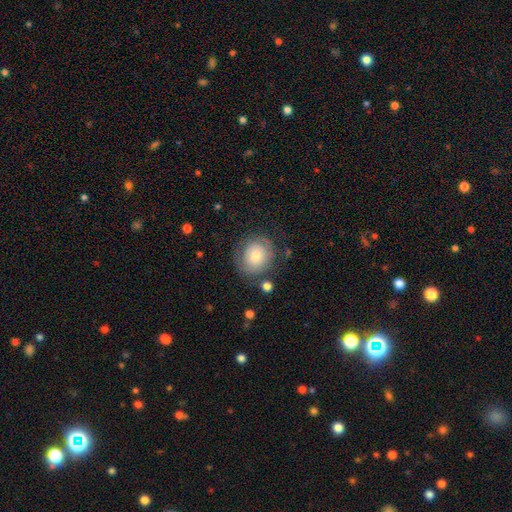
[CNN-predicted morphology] A smooth galaxy with no disk features (58%) that is round (82%).

Vote fractions:
- Smooth or featured? smooth: 58% / featured or disk: 34% / star or artifact: 8%
- How rounded? round: 82% / in between: 17% / cigar-shaped: 1%
- Merging? none: 73% / minor disturbance: 16% / major disturbance: 8% / merger: 3%